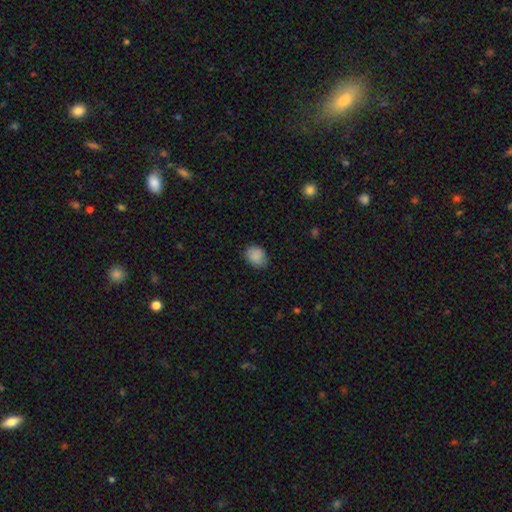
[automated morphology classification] Smooth or featured? smooth (87%)
How rounded? in between (59%)
Merging? none (80%)